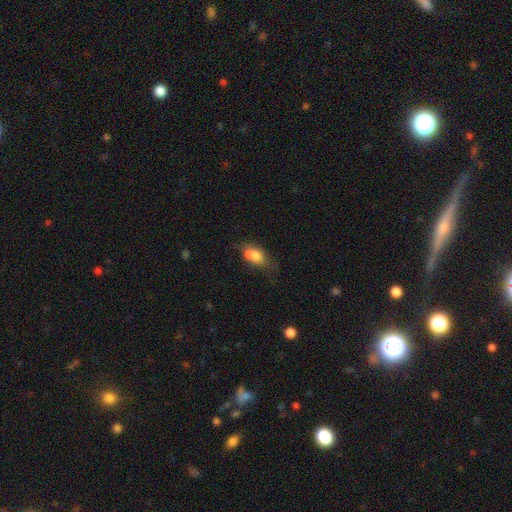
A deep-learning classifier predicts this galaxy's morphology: Smooth or featured? smooth (70%)
How rounded? in between (78%)
Merging? merger (44%)